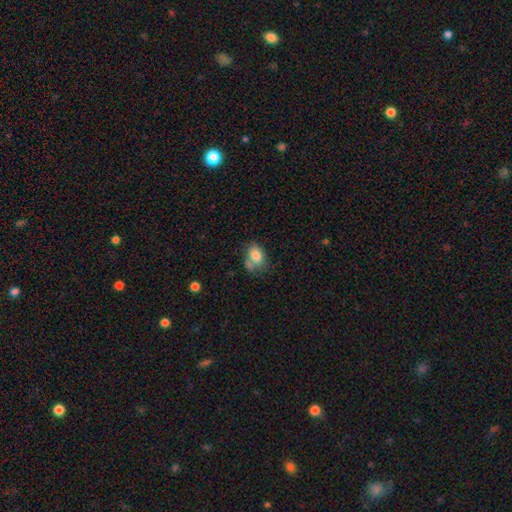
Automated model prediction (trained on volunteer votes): The model was most divided on "merging": none: 47%, minor disturbance: 24%, merger: 19%, major disturbance: 9%. More confident: smooth or featured — smooth (78%); how rounded — in between (73%).